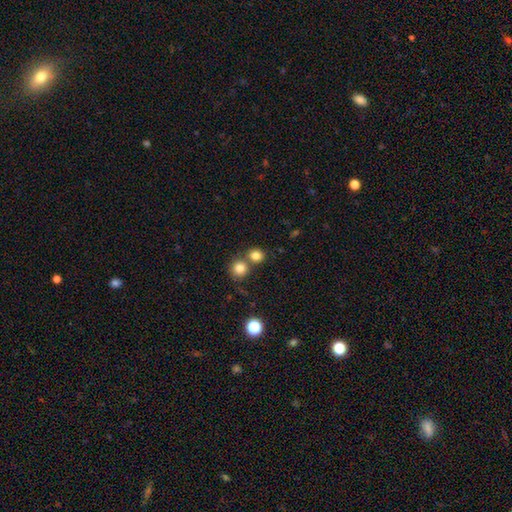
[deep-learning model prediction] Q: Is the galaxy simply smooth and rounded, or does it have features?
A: smooth — 80%.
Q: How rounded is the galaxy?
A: round — 82%.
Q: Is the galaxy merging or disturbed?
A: none — 59%.